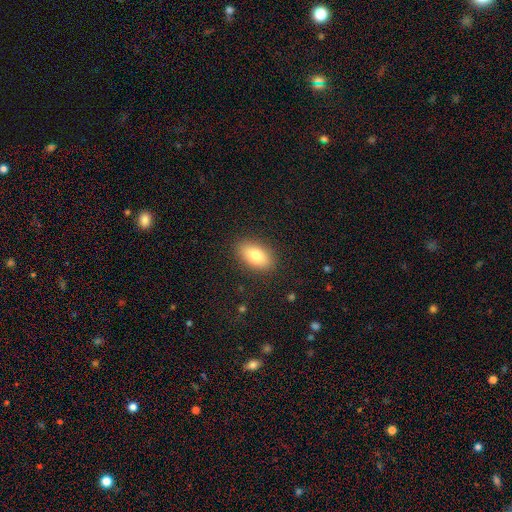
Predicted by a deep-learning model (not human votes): The model was most divided on "smooth or featured": smooth: 80%, featured or disk: 13%, star or artifact: 8%. More confident: how rounded — in between (90%); merging — none (87%).